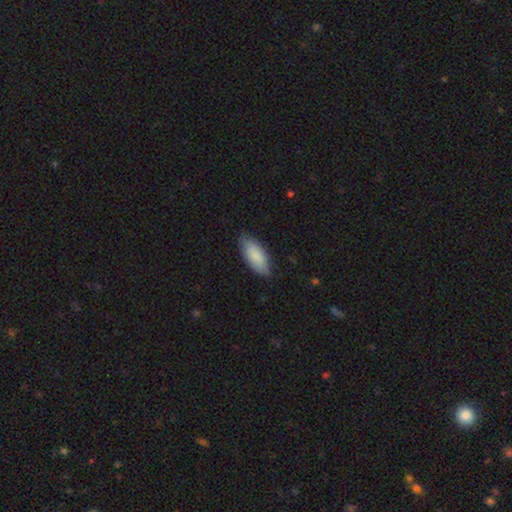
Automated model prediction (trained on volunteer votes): Smooth or featured? smooth (86%)
How rounded? in between (86%)
Merging? none (80%)